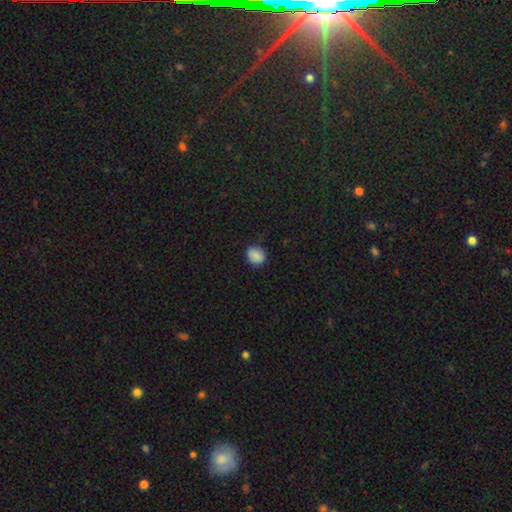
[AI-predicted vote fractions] Overall: smooth (86%). How rounded: round (61%; in between 38%). Merging: none (78%).